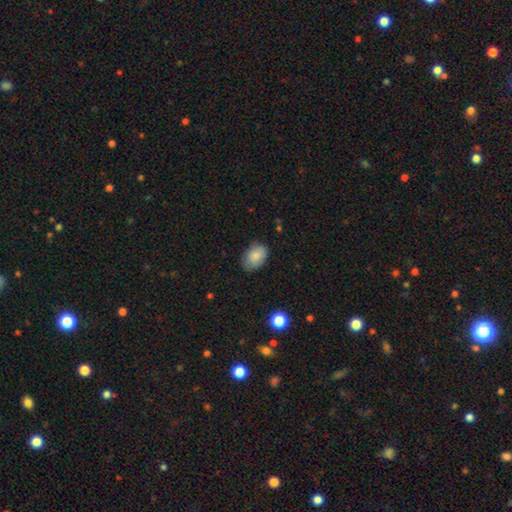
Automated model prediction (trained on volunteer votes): Smooth or featured?
  - smooth: 85% *
  - featured or disk: 8%
  - star or artifact: 7%
How rounded?
  - in between: 84% *
  - round: 15%
  - cigar-shaped: 1%
Merging?
  - none: 73% *
  - minor disturbance: 21%
  - major disturbance: 4%
  - merger: 1%